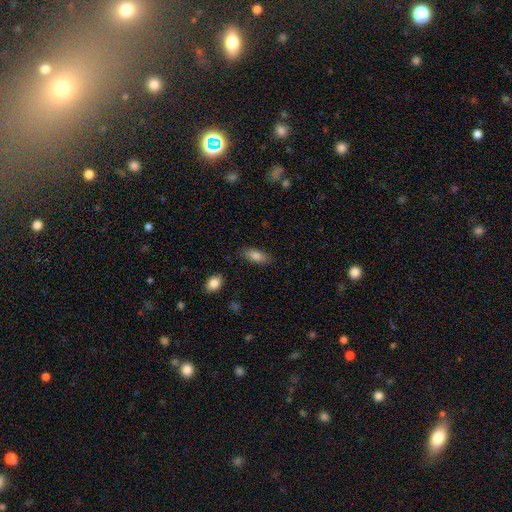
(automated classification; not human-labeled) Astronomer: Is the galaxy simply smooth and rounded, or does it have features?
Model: smooth — 83%.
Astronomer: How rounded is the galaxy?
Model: in between — 82%.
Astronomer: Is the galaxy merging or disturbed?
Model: none — 84%.